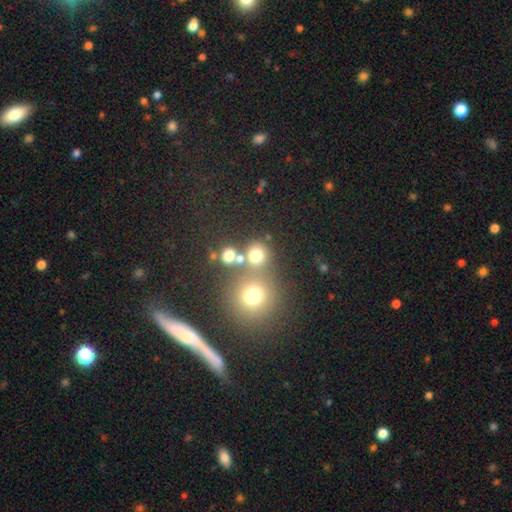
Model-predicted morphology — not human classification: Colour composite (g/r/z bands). It shows a smooth galaxy with no disk features (73%) that is round (87%). Merging: none (62%).